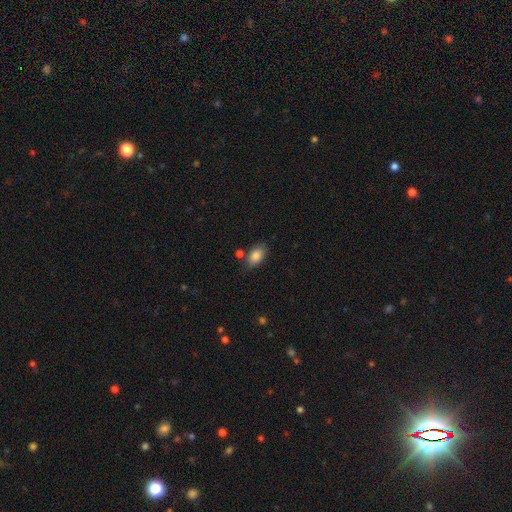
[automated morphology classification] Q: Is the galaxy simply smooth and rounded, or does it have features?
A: smooth — 85%.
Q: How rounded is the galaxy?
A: in between — 89%.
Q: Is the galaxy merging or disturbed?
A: none — 70%.